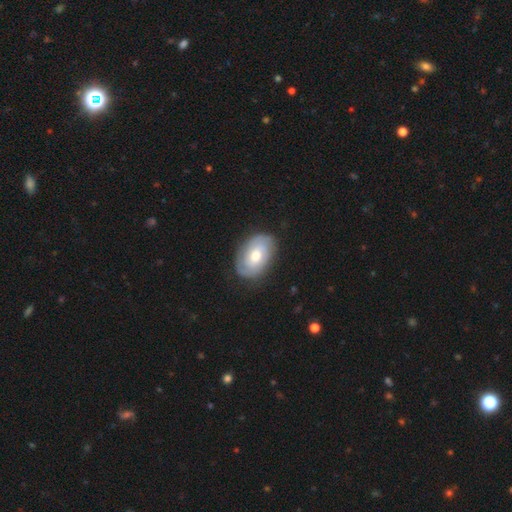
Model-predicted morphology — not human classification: Overall: featured or disk (58%; smooth 36%). Edge-on disk: no (94%). Bar: no (68%). Spiral arms: yes (78%). Bulge size: moderate (71%). Merging: none (80%).